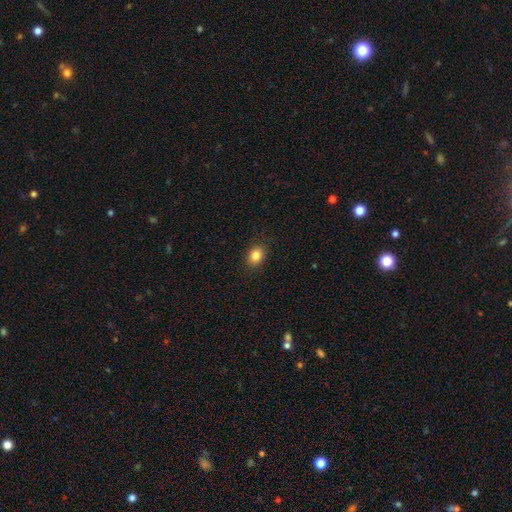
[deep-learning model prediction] Morphology: type=smooth (84%); roundness=in between (56%); merging=none (88%).